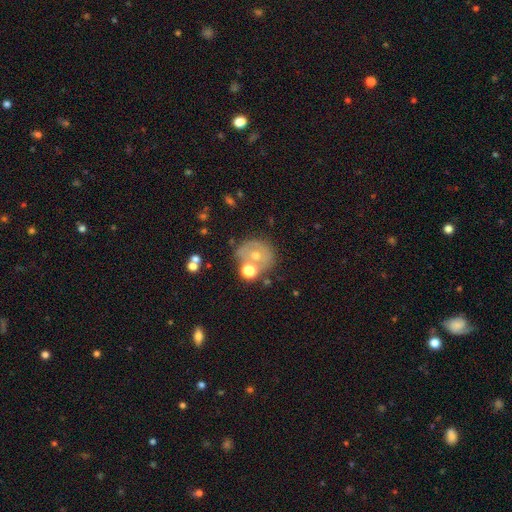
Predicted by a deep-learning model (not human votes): Smooth or featured? Predicted: smooth (p=0.43). Merging? Predicted: none (p=0.60).